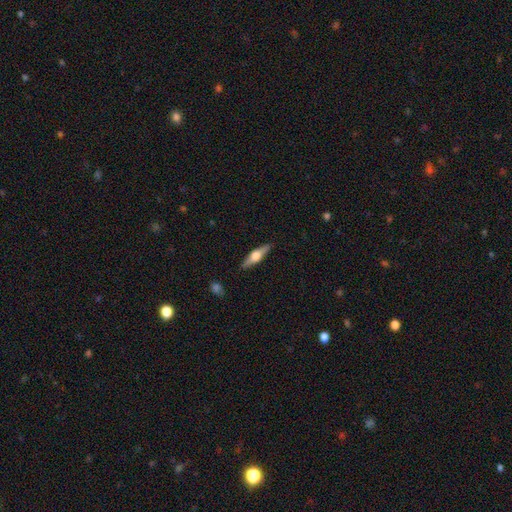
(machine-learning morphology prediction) The model was most divided on "smooth or featured": featured or disk: 55%, smooth: 39%, star or artifact: 5%. More confident: edge-on disk — yes (94%); edge-on bulge — rounded (92%); merging — none (88%).